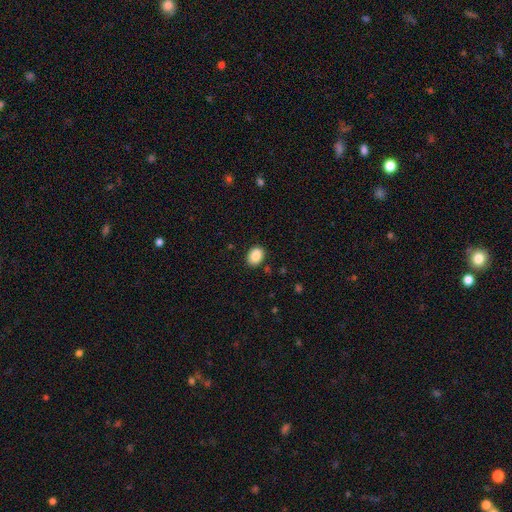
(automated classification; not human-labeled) Smooth or featured: smooth — 89% (star or artifact — 8%)
How rounded: in between — 69% (round — 30%)
Merging: none — 87% (minor disturbance — 9%)